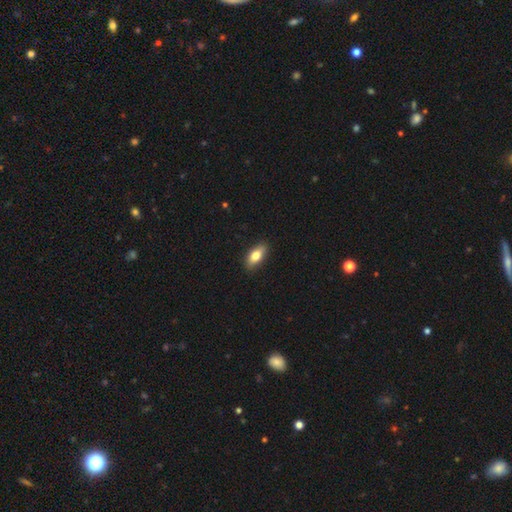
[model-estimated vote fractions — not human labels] A smooth galaxy with no disk features (80%) that is in between round and cigar-shaped (86%). Merging: none (89%).